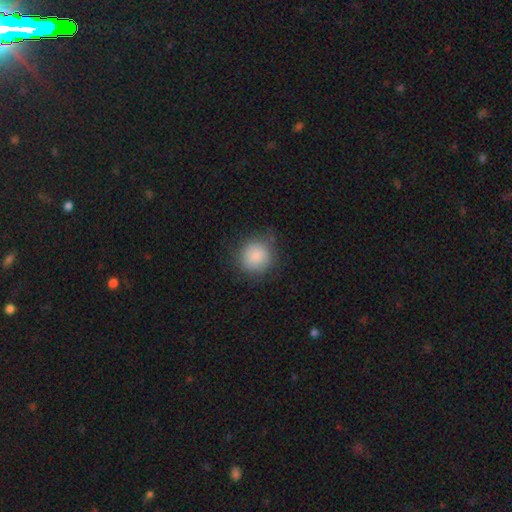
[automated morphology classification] type=smooth (86%); roundness=round (90%); merging=none (77%).